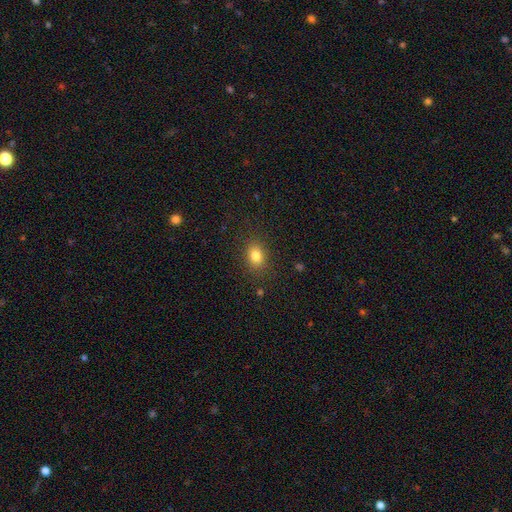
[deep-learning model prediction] smooth-or-featured: smooth: 81% | star or artifact: 12% | featured or disk: 7%
  how-rounded: in between: 60% | round: 38% | cigar-shaped: 1%
  merging: none: 86% | minor disturbance: 10% | major disturbance: 3% | merger: 1%